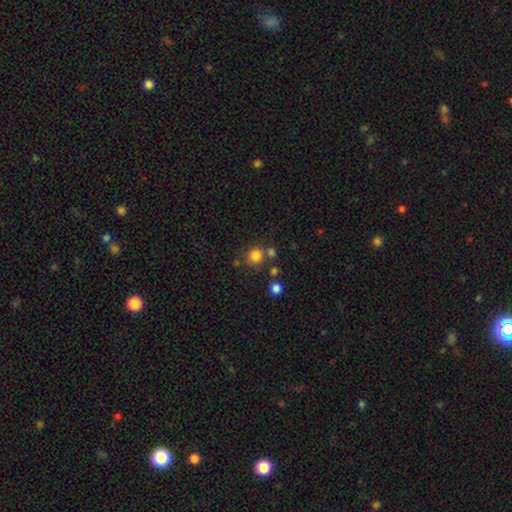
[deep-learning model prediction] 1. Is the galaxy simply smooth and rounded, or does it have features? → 80% smooth, 14% star or artifact, 6% featured or disk.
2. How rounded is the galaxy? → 89% round, 10% in between, 1% cigar-shaped.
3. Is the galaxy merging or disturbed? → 71% none, 16% merger, 9% minor disturbance, 4% major disturbance.